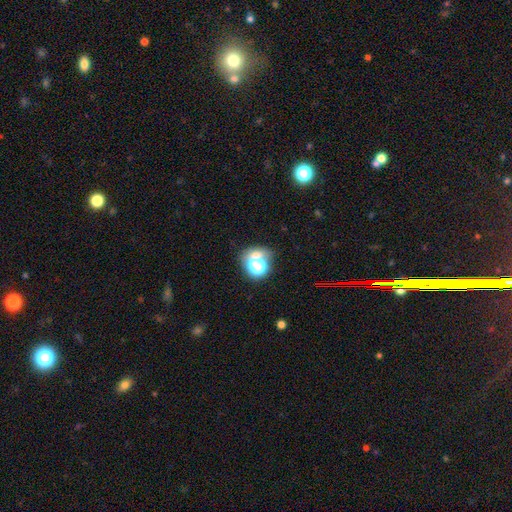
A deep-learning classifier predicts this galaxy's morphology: A smooth galaxy with no disk features (49%).

Vote fractions:
- Smooth or featured? smooth: 49% / star or artifact: 36% / featured or disk: 14%
- Merging? none: 55% / merger: 21% / minor disturbance: 13% / major disturbance: 11%